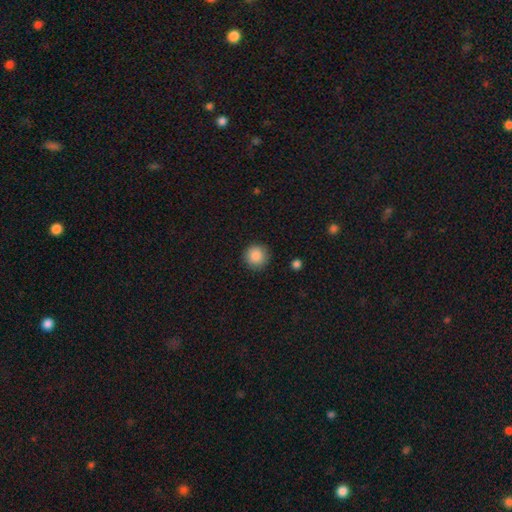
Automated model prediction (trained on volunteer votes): smooth_or_featured: smooth (p=0.88) [alt: star or artifact p=0.09]
how_rounded: round (p=0.95) [alt: in between p=0.04]
merging: none (p=0.91) [alt: minor disturbance p=0.06]